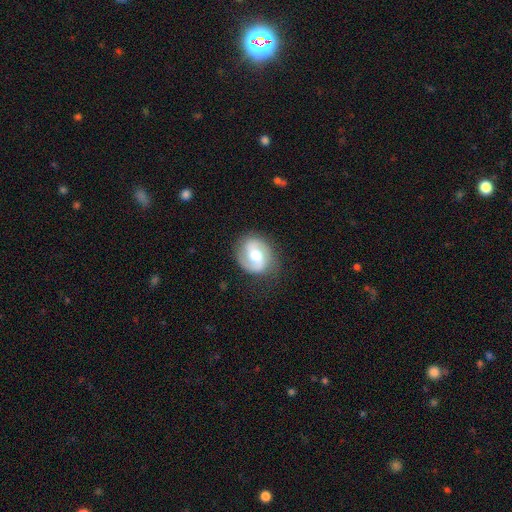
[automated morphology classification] Smooth or featured: featured or disk — 71% (smooth — 23%)
Edge-on disk: no — 97% (yes — 3%)
Bar: weak — 44% (no — 34%)
Spiral arms: yes — 88% (no — 12%)
Spiral winding: medium — 47% (tight — 27%)
Spiral arm count: 2 — 87% (can't tell — 5%)
Bulge size: moderate — 72% (large — 15%)
Merging: none — 78% (minor disturbance — 15%)